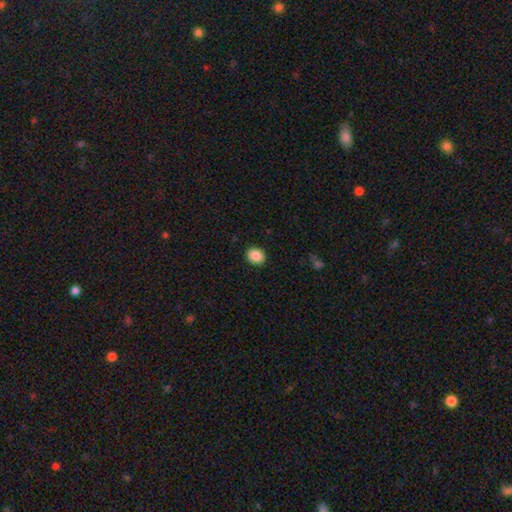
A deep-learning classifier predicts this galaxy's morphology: Smooth or featured? smooth (89%)
How rounded? round (59%)
Merging? none (91%)